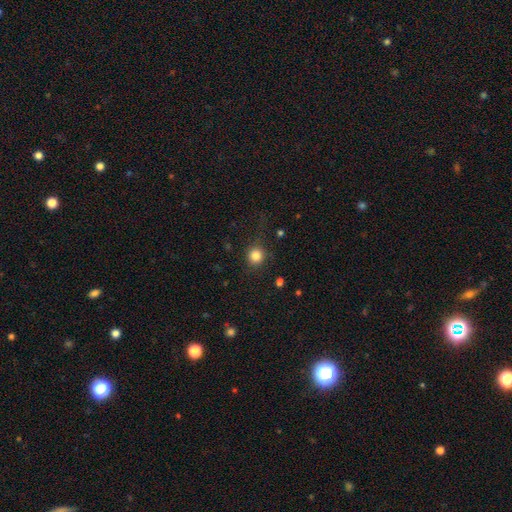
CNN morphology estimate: Overall: smooth (84%). How rounded: round (91%). Merging: none (83%).